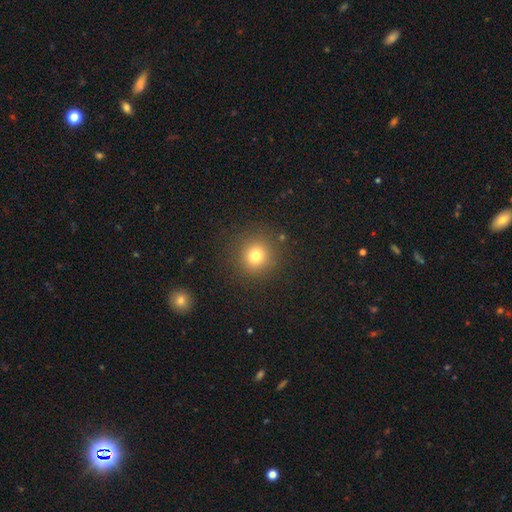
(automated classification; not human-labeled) Morphology: type=smooth (76%); roundness=round (93%); merging=none (89%).